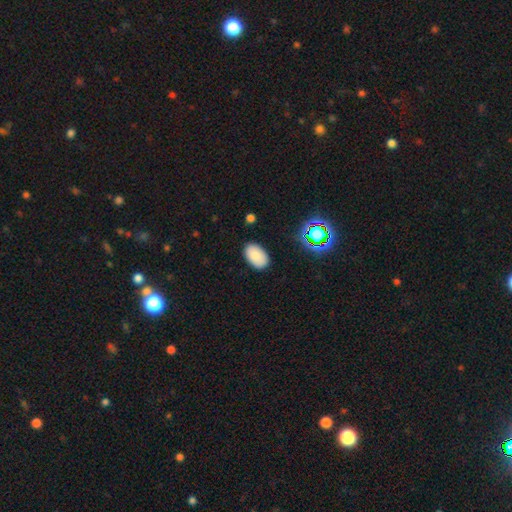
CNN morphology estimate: smooth_or_featured: smooth (p=0.85) [alt: star or artifact p=0.09]
how_rounded: in between (p=0.93) [alt: round p=0.06]
merging: none (p=0.85) [alt: minor disturbance p=0.11]